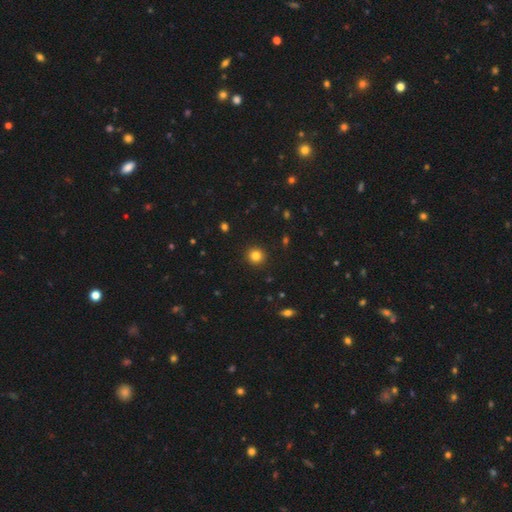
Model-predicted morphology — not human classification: Smooth or featured: smooth — 84% (star or artifact — 11%)
How rounded: round — 94% (in between — 5%)
Merging: none — 93% (minor disturbance — 5%)